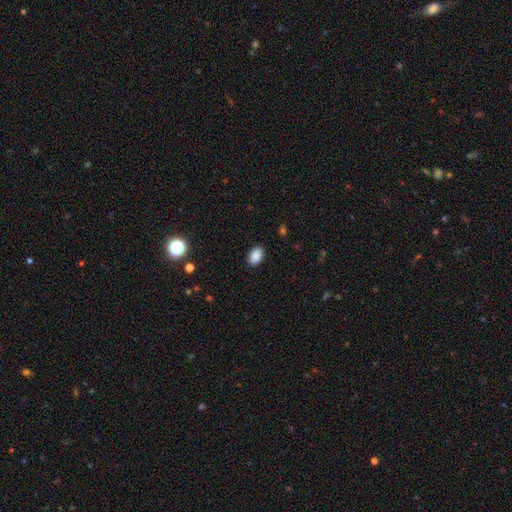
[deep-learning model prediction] This appears to be a smooth galaxy with no disk features (89%) that is in between round and cigar-shaped (90%). Merging: none (89%).